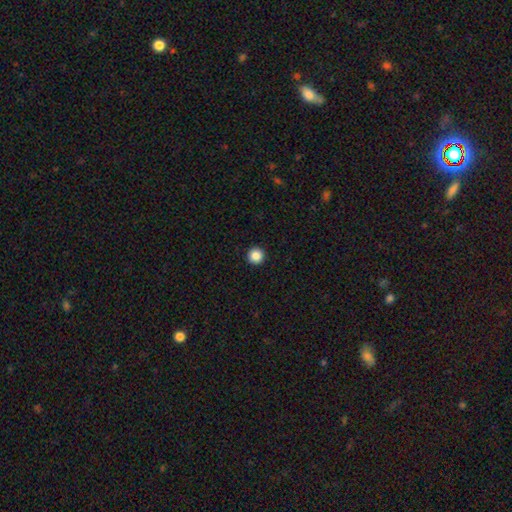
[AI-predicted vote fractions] Smooth or featured? Predicted: smooth (p=0.86). How rounded? Predicted: round (p=0.97). Merging? Predicted: none (p=0.94).